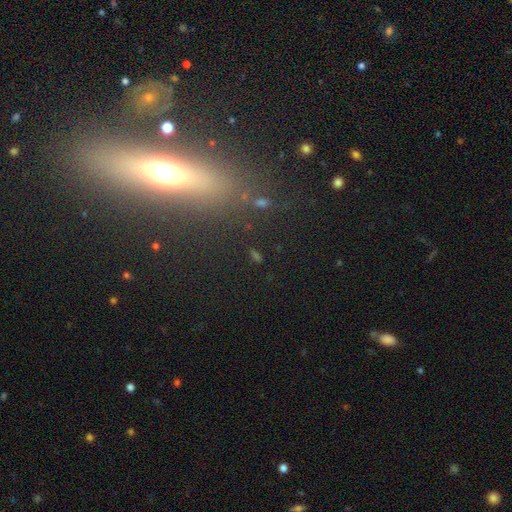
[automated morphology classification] smooth_or_featured: star or artifact (p=0.45) [alt: smooth p=0.38]